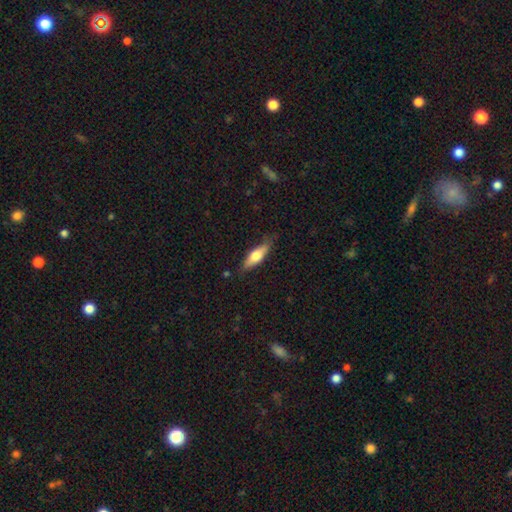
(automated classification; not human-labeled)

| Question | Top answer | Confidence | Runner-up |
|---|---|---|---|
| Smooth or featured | smooth | 64% | featured or disk (30%) |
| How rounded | in between | 50% | cigar-shaped (48%) |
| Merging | none | 76% | minor disturbance (19%) |